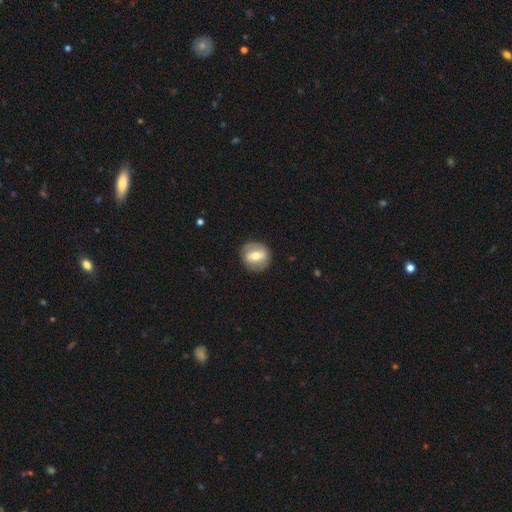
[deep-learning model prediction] smooth_or_featured: featured or disk (p=0.48) [alt: smooth p=0.45]
merging: none (p=0.85) [alt: minor disturbance p=0.10]